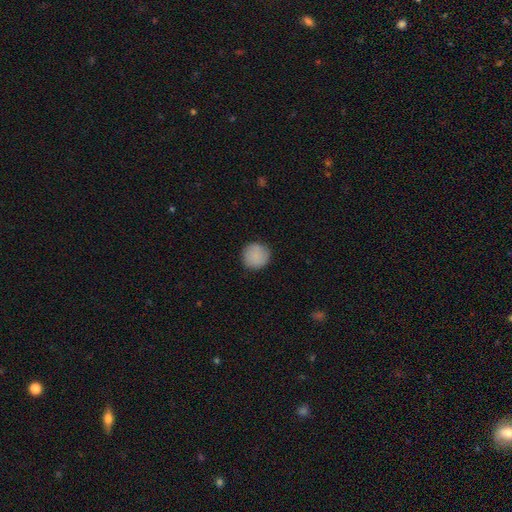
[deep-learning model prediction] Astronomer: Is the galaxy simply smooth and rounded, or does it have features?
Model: smooth — 87%.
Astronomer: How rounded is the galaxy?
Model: round — 94%.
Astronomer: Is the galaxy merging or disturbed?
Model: none — 87%.